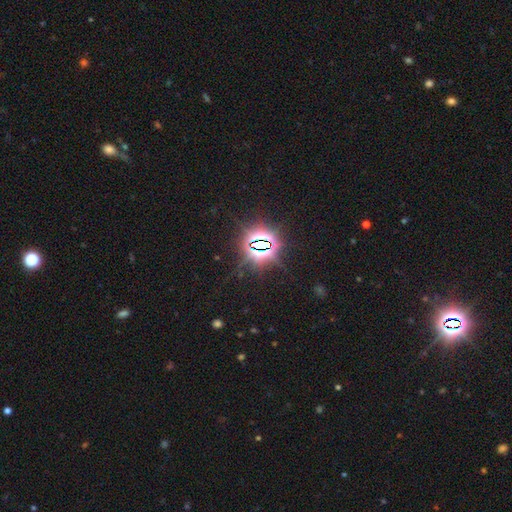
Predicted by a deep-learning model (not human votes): Smooth or featured? star or artifact (85%)